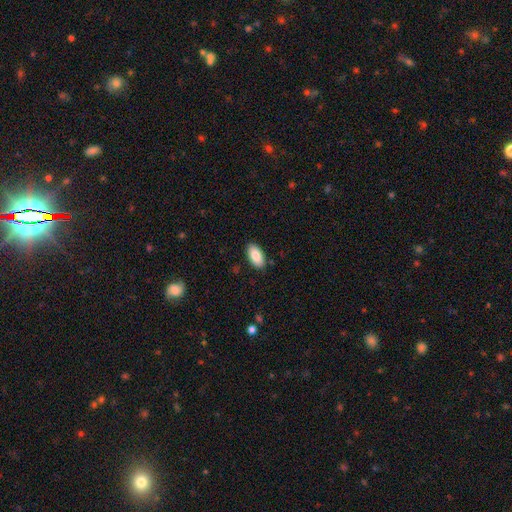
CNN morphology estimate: This appears to be a smooth galaxy with no disk features (87%) that is in between round and cigar-shaped (94%). Merging: none (87%).